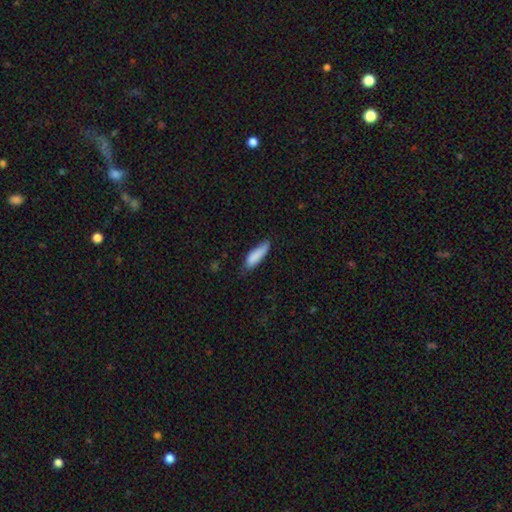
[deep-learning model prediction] The model was most divided on "how rounded": cigar-shaped: 57%, in between: 41%, round: 2%. More confident: smooth or featured — smooth (86%); merging — none (64%).